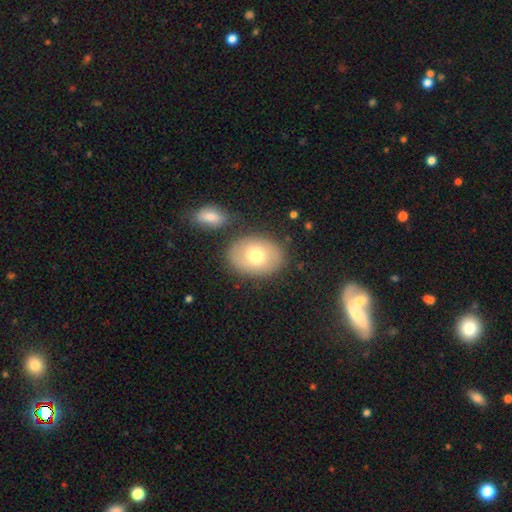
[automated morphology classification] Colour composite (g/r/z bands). It shows a smooth galaxy with no disk features (70%) that is in between round and cigar-shaped (71%). Merging: none (75%).